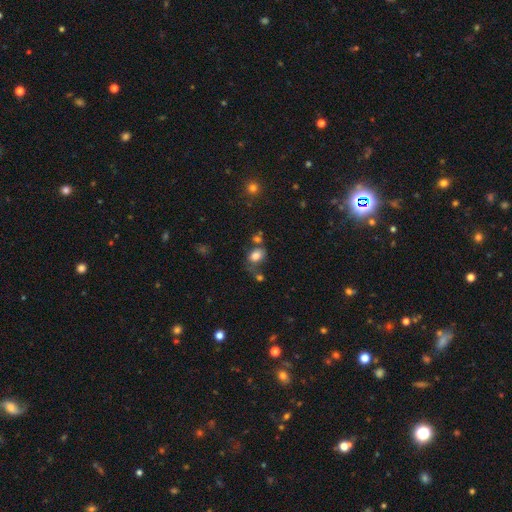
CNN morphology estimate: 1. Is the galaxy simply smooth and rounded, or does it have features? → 80% smooth, 11% star or artifact, 9% featured or disk.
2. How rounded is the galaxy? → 71% in between, 28% round, 1% cigar-shaped.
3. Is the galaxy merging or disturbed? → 49% none, 21% minor disturbance, 20% merger, 11% major disturbance.